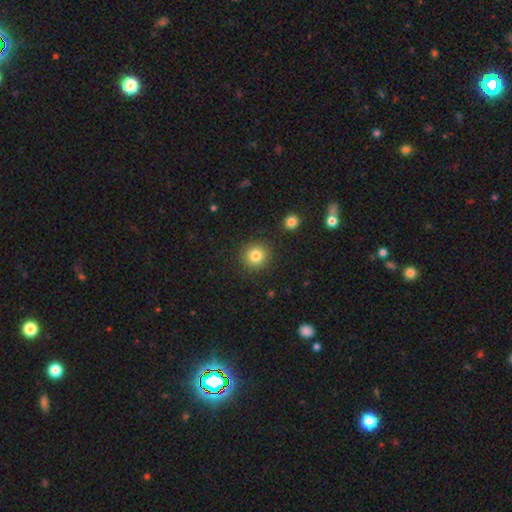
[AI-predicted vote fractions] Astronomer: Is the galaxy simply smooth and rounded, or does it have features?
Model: smooth — 83%.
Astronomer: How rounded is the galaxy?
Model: round — 93%.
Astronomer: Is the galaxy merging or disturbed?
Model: none — 89%.